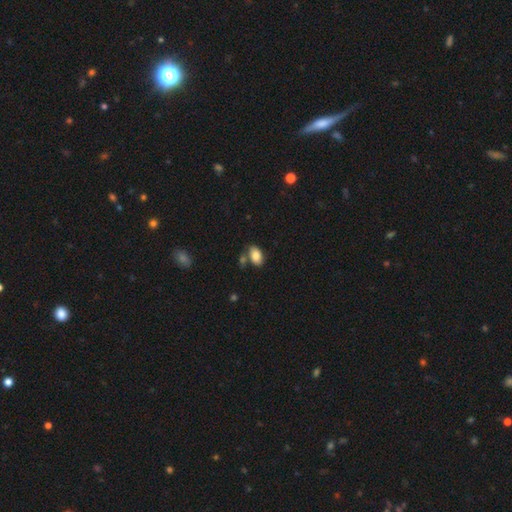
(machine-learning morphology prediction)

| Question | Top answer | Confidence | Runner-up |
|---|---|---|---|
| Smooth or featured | smooth | 85% | star or artifact (8%) |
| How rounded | in between | 91% | round (8%) |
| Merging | none | 65% | merger (16%) |